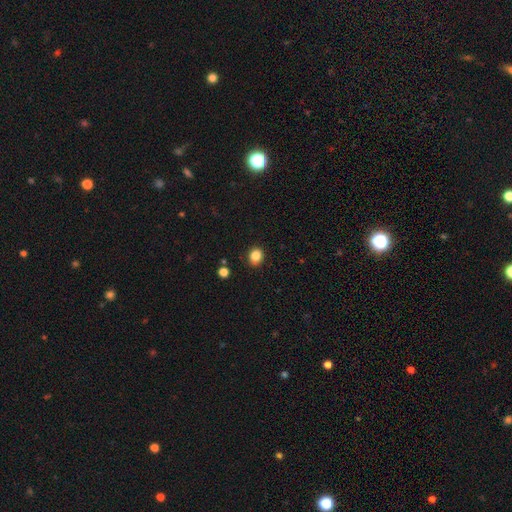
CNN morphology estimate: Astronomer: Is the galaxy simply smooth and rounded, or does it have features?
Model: smooth — 84%.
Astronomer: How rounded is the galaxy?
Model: round — 69%.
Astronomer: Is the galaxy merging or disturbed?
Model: none — 89%.